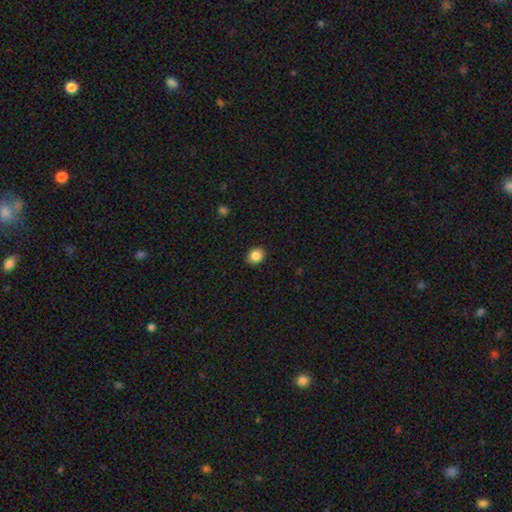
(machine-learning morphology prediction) smooth 86%, star or artifact 9%, featured or disk 5%. Down the decision tree: how rounded — round (61%); merging — none (90%).